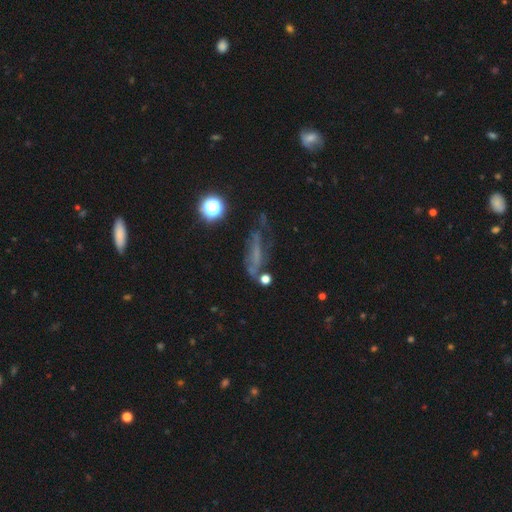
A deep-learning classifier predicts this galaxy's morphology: smooth_or_featured: featured or disk (p=0.45) [alt: smooth p=0.30]
merging: none (p=0.44) [alt: major disturbance p=0.24]